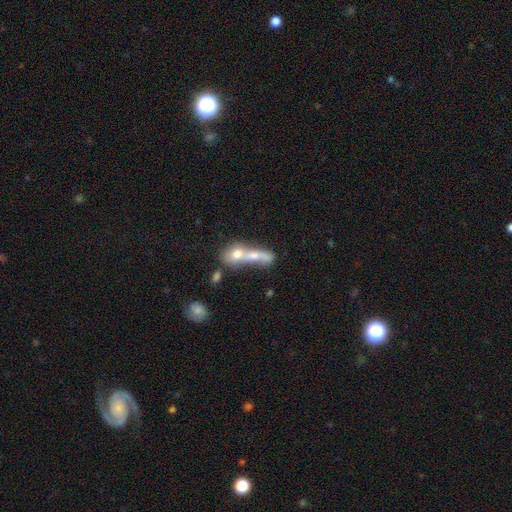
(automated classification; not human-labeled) Smooth or featured?
  - smooth: 61% *
  - featured or disk: 29%
  - star or artifact: 10%
How rounded?
  - in between: 50% *
  - cigar-shaped: 30%
  - round: 20%
Merging?
  - merger: 75% *
  - none: 12%
  - major disturbance: 7%
  - minor disturbance: 5%